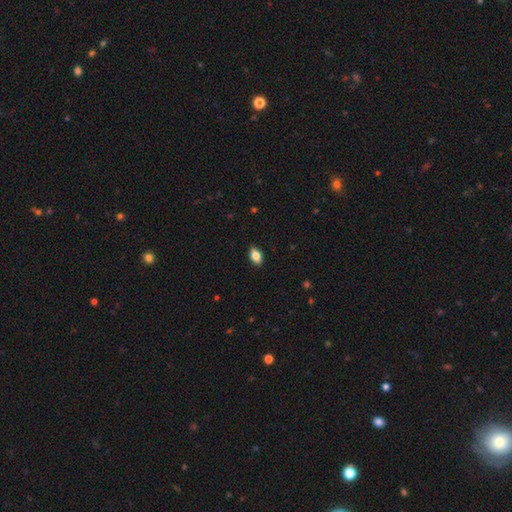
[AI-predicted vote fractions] A smooth galaxy with no disk features (79%) that is in between round and cigar-shaped (89%).

Vote fractions:
- Smooth or featured? smooth: 79% / featured or disk: 14% / star or artifact: 8%
- How rounded? in between: 89% / round: 7% / cigar-shaped: 4%
- Merging? none: 87% / minor disturbance: 10% / major disturbance: 2% / merger: 1%